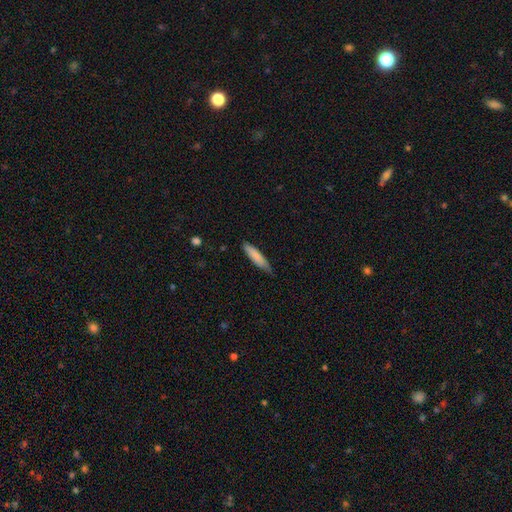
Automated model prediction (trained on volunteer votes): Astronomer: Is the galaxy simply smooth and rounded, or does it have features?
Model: smooth — 82%.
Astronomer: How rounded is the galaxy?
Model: cigar-shaped — 81%.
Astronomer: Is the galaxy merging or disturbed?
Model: none — 74%.